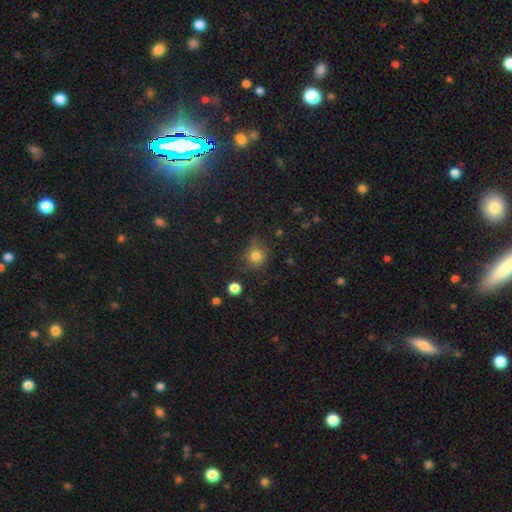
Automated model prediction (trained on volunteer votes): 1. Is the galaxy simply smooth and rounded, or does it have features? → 79% smooth, 13% star or artifact, 7% featured or disk.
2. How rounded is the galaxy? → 87% round, 12% in between, 1% cigar-shaped.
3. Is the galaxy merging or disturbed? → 69% none, 22% minor disturbance, 6% major disturbance, 3% merger.